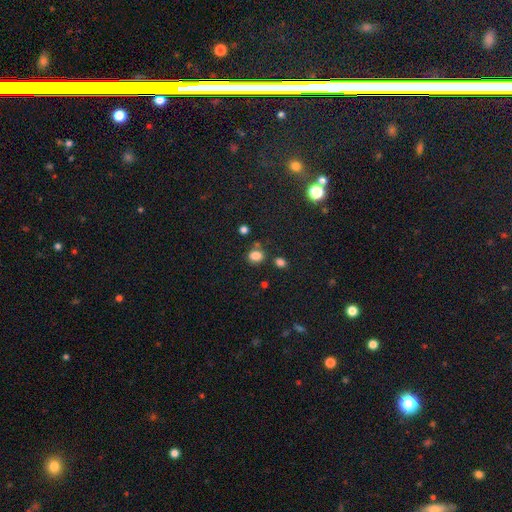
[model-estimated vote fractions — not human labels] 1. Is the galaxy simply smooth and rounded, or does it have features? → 81% smooth, 14% star or artifact, 6% featured or disk.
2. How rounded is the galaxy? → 57% in between, 41% round, 1% cigar-shaped.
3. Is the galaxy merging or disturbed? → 68% none, 14% minor disturbance, 13% merger, 4% major disturbance.